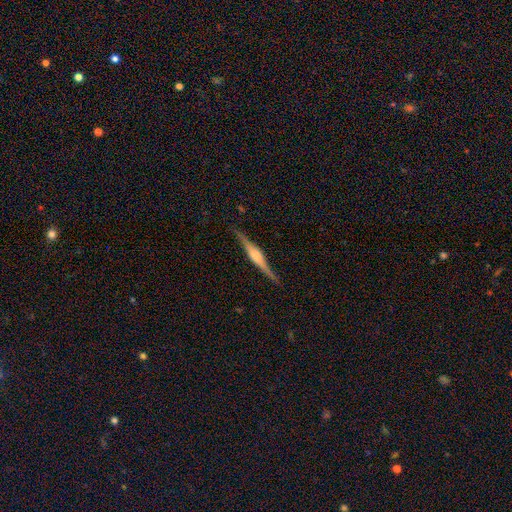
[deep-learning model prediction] The model was most divided on "edge-on bulge": rounded: 64%, boxy: 29%, none: 6%. More confident: edge-on disk — yes (98%); merging — none (87%); smooth or featured — featured or disk (79%).